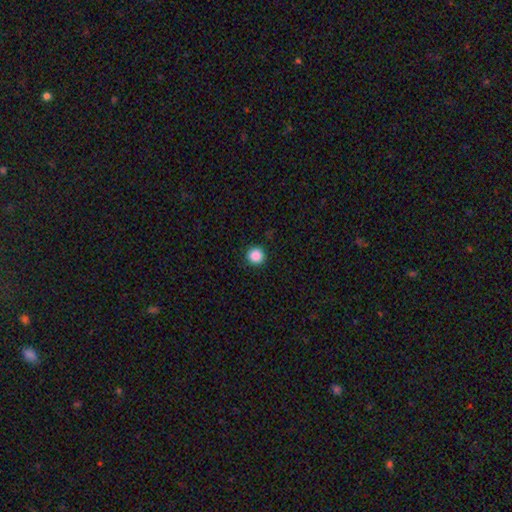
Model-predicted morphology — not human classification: A smooth galaxy with no disk features (88%) that is round (96%). Merging: none (92%).